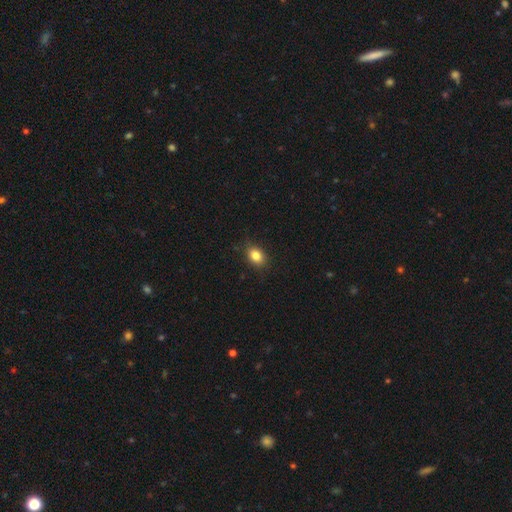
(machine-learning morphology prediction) Smooth or featured? smooth (84%)
How rounded? in between (71%)
Merging? none (85%)